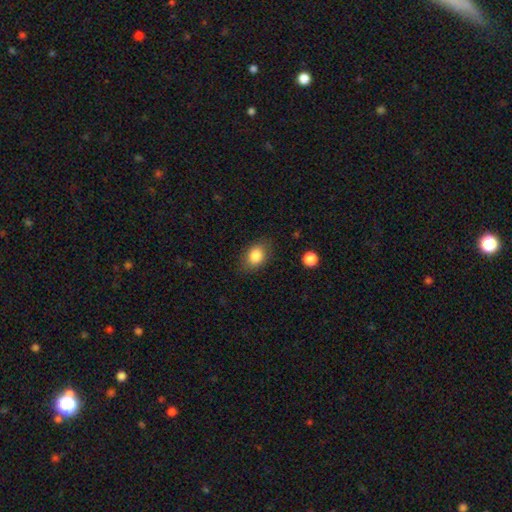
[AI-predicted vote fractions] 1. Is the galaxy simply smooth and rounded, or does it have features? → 85% smooth, 8% star or artifact, 7% featured or disk.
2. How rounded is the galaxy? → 73% in between, 26% round, 1% cigar-shaped.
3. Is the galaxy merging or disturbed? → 79% none, 15% minor disturbance, 4% major disturbance, 1% merger.